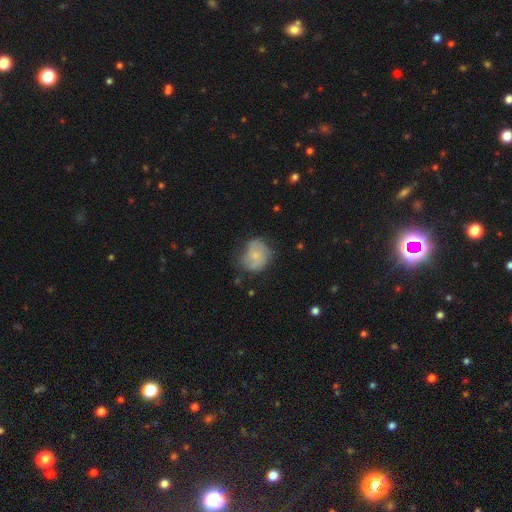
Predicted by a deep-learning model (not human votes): smooth-or-featured: featured or disk: 51% | smooth: 41% | star or artifact: 8%
  disk-edge-on: no: 98% | yes: 2%
    bar: no: 75% | weak: 22% | strong: 3%
    has-spiral-arms: yes: 80% | no: 20%
    bulge-size: small: 63% | moderate: 22% | none: 13% | large: 2% | dominant: 1%
  merging: none: 60% | minor disturbance: 26% | major disturbance: 12% | merger: 2%